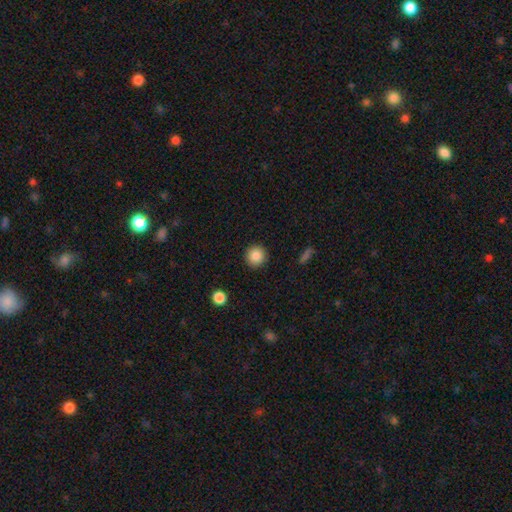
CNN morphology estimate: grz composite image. It shows a smooth galaxy with no disk features (86%) that is round (94%). Merging: none (92%).